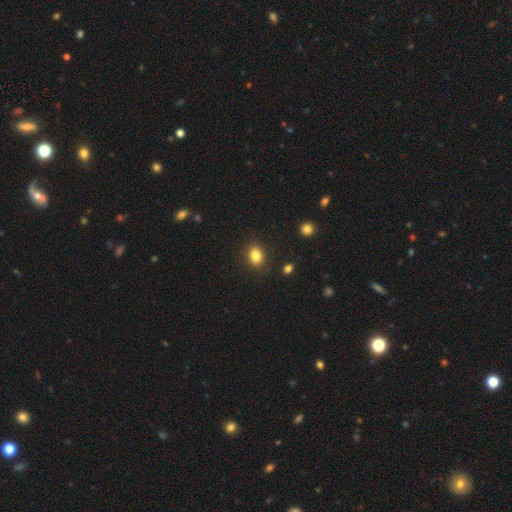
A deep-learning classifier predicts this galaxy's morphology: A smooth galaxy with no disk features (84%) that is in between round and cigar-shaped (59%). Merging: none (88%).